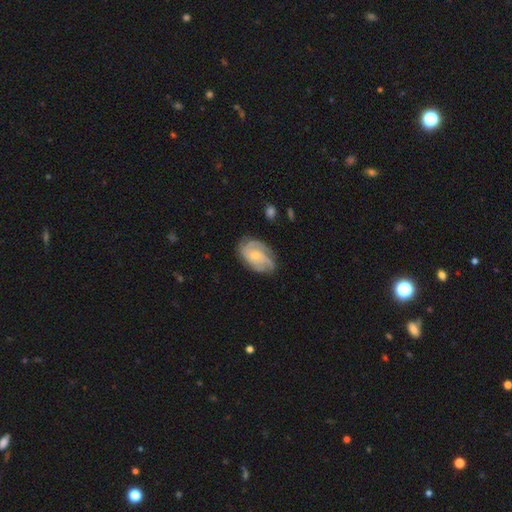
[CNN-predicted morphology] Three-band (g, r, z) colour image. It shows a featured or disk galaxy (77%) with no bar (73%), 3 (35%) tight (48%) spiral arms (94%) and a small central bulge (64%). Merging: none (71%).